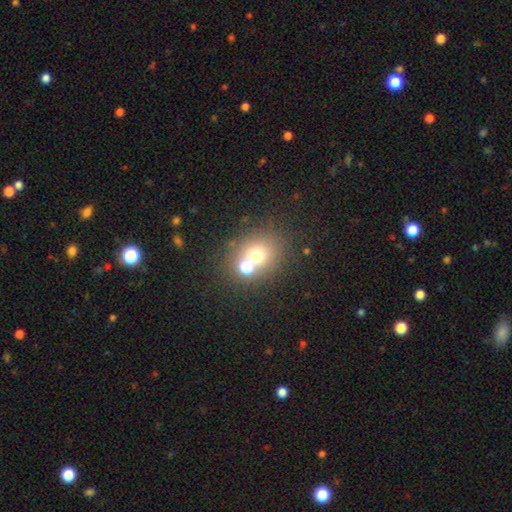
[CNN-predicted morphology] Q: Smooth or featured?
A: smooth (62%); runner-up: star or artifact (23%)
Q: How rounded?
A: round (80%); runner-up: in between (20%)
Q: Merging?
A: none (51%); runner-up: merger (37%)